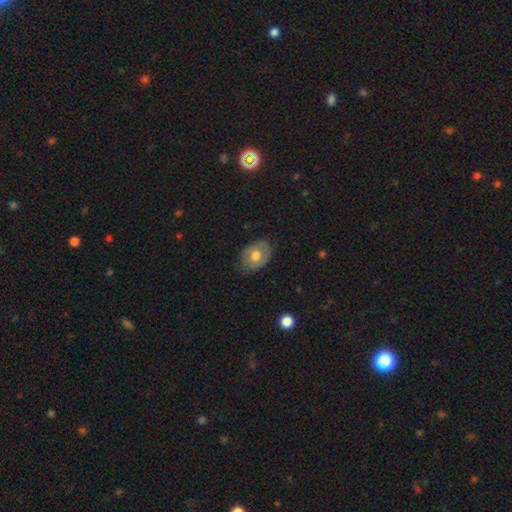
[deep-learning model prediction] Smooth or featured? Predicted: smooth (p=0.58). How rounded? Predicted: in between (p=0.74). Merging? Predicted: none (p=0.71).